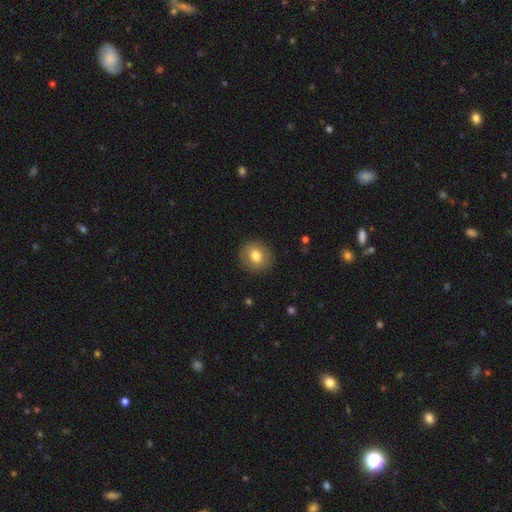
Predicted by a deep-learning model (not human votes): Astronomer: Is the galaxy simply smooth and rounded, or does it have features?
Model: smooth — 76%.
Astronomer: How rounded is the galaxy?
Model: round — 79%.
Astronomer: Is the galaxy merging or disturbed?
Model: none — 88%.